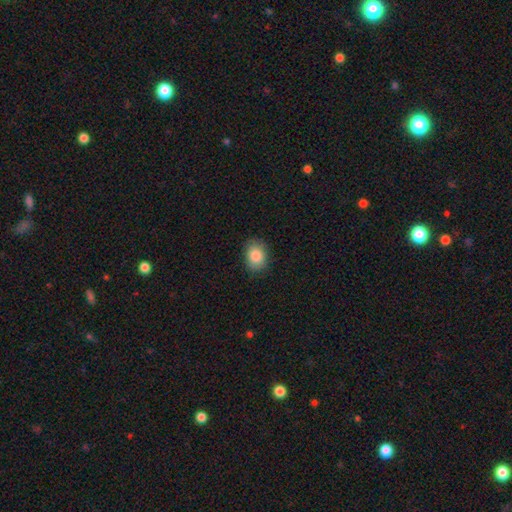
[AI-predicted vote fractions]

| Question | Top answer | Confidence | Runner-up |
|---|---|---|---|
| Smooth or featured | smooth | 86% | star or artifact (8%) |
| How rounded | in between | 69% | round (30%) |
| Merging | none | 84% | minor disturbance (12%) |